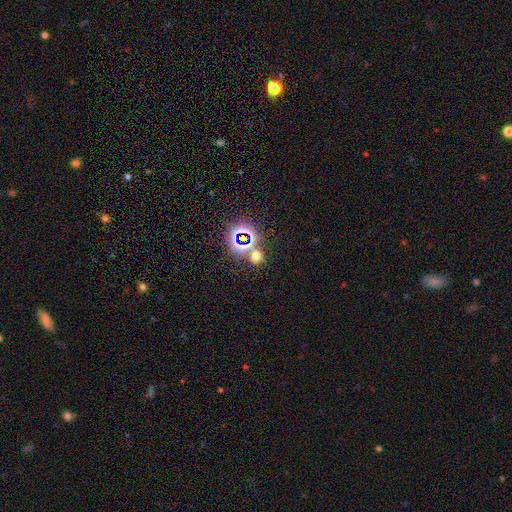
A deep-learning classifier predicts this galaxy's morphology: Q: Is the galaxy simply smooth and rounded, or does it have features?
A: smooth — 52%.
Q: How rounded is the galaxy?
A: round — 76%.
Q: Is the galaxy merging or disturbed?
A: none — 67%.